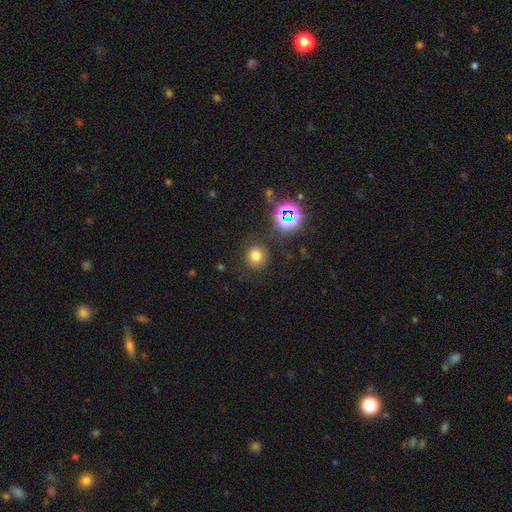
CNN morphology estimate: type=smooth (71%); roundness=round (91%); merging=none (85%).